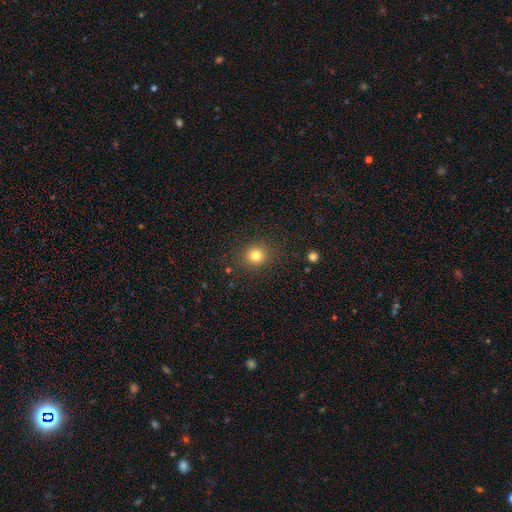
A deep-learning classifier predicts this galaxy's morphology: Smooth or featured? Predicted: smooth (p=0.81). How rounded? Predicted: round (p=0.86). Merging? Predicted: none (p=0.88).